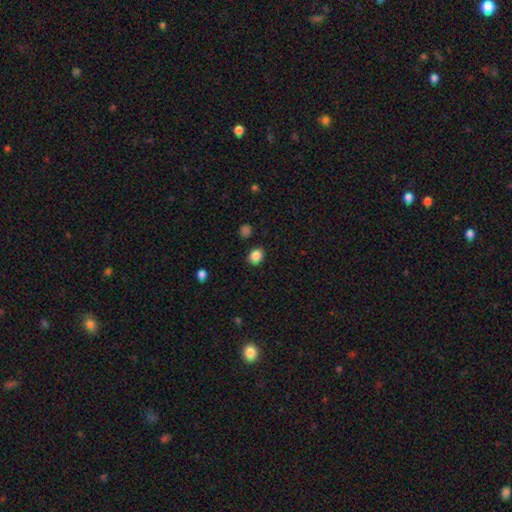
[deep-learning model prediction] Smooth or featured: smooth — 86% (star or artifact — 10%)
How rounded: round — 58% (in between — 41%)
Merging: none — 88% (minor disturbance — 8%)